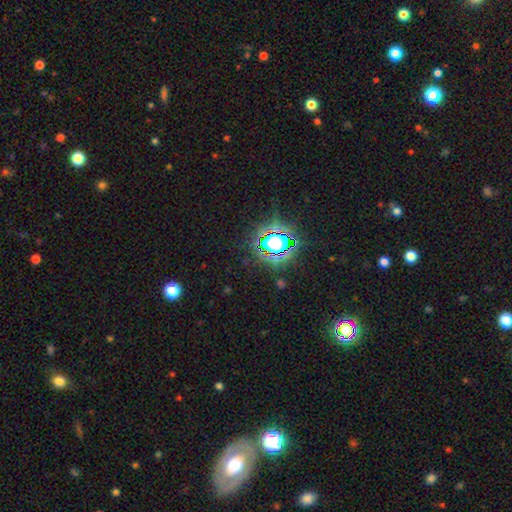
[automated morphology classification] Smooth or featured? Predicted: star or artifact (p=0.80).